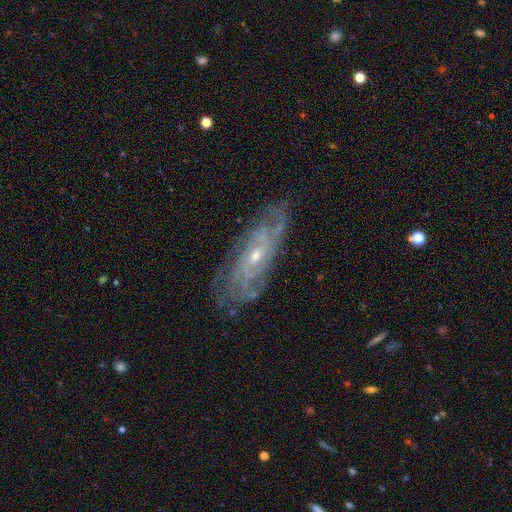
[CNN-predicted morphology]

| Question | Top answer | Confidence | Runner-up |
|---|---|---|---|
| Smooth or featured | featured or disk | 86% | smooth (8%) |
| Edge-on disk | no | 89% | yes (11%) |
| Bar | no | 61% | weak (32%) |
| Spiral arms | yes | 94% | no (6%) |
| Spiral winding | tight | 63% | medium (30%) |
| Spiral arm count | can't tell | 43% | 2 (19%) |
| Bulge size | small | 58% | moderate (39%) |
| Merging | none | 74% | minor disturbance (18%) |